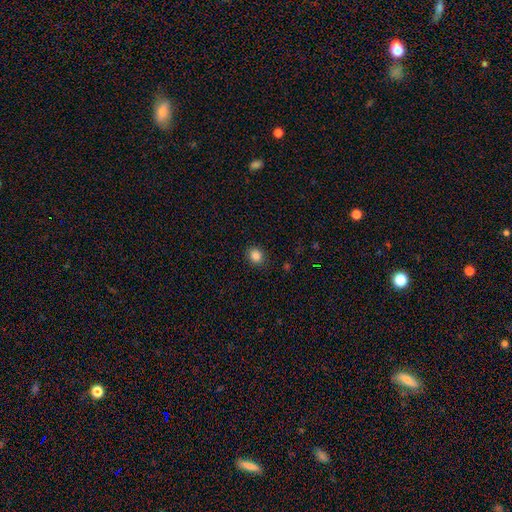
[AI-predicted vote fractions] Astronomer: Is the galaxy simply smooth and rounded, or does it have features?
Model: smooth — 85%.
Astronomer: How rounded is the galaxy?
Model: round — 72%.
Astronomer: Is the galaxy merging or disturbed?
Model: none — 89%.